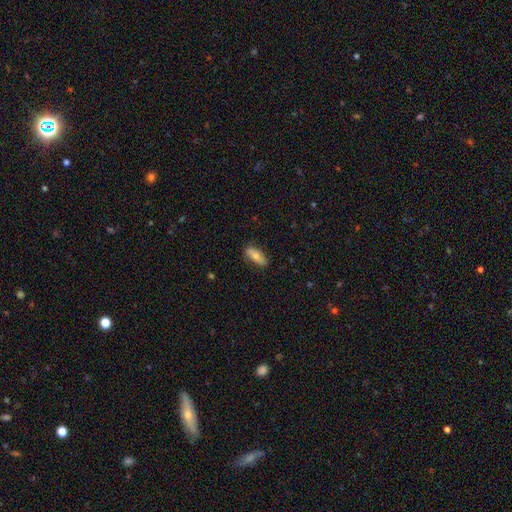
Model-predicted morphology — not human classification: smooth_or_featured: smooth (p=0.68) [alt: featured or disk p=0.25]
how_rounded: in between (p=0.73) [alt: cigar-shaped p=0.24]
merging: none (p=0.79) [alt: minor disturbance p=0.16]